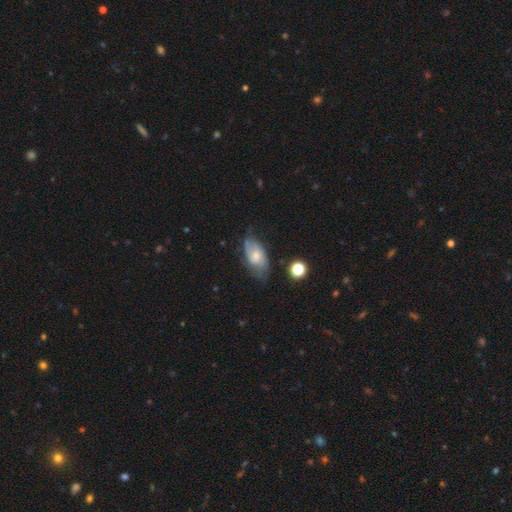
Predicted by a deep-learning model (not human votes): Smooth or featured: featured or disk — 48% (smooth — 43%)
Merging: none — 55% (minor disturbance — 30%)